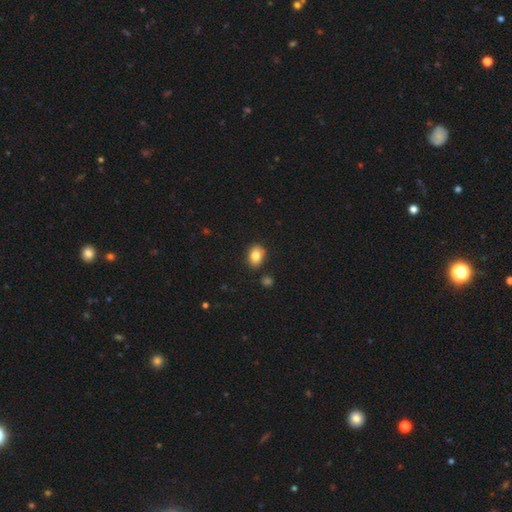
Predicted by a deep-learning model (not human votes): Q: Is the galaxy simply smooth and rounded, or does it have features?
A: smooth — 83%.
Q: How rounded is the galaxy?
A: in between — 70%.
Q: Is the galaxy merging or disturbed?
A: none — 85%.